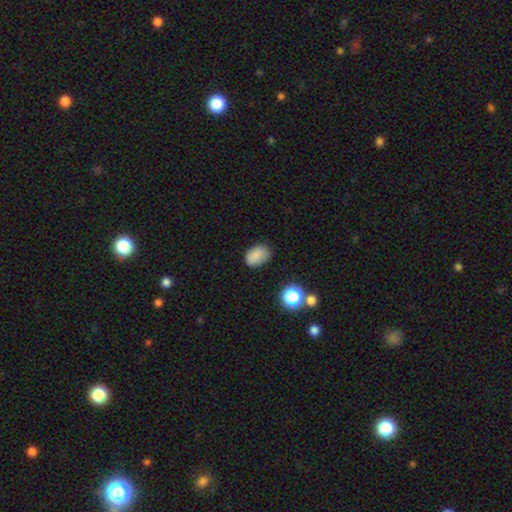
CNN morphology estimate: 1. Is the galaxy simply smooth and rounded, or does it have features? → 83% smooth, 11% star or artifact, 6% featured or disk.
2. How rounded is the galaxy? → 83% in between, 16% round, 1% cigar-shaped.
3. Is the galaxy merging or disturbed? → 77% none, 17% minor disturbance, 4% major disturbance, 2% merger.